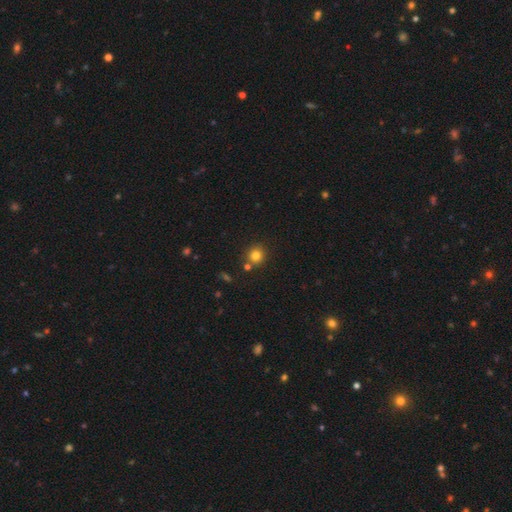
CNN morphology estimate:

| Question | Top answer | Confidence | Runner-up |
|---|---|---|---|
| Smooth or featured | smooth | 80% | star or artifact (13%) |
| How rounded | round | 89% | in between (10%) |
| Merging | none | 78% | merger (11%) |